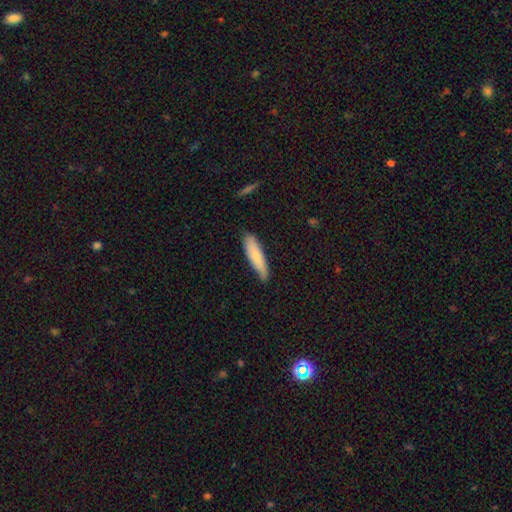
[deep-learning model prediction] This appears to be a smooth galaxy with no disk features (75%) that is cigar-shaped (73%). Merging: none (73%).